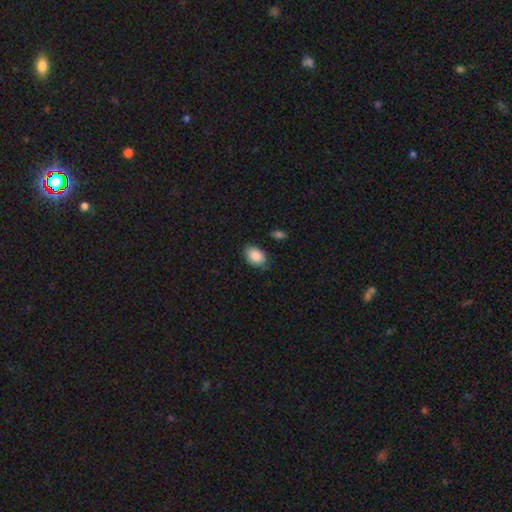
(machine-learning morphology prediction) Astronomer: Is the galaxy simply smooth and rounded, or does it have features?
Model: smooth — 88%.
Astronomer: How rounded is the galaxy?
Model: in between — 83%.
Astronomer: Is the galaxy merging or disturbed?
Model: none — 78%.